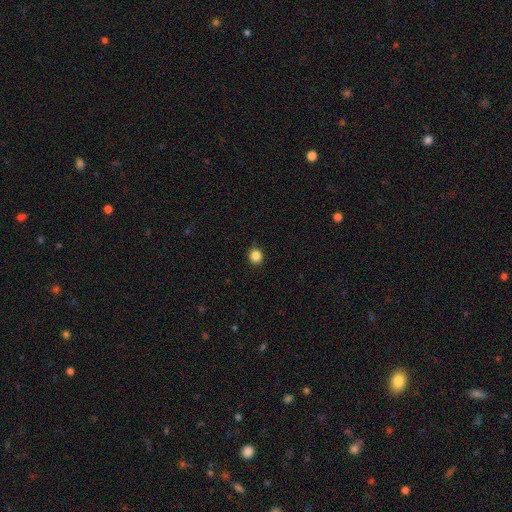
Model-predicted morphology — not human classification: A smooth galaxy with no disk features (86%) that is round (88%). Merging: none (90%).